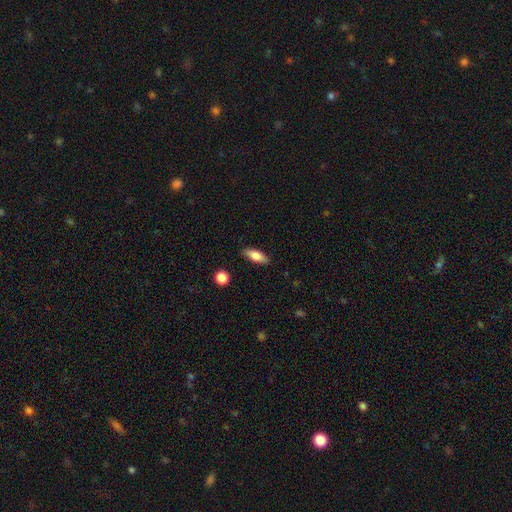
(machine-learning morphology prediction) Q: Smooth or featured?
A: smooth (77%); runner-up: featured or disk (16%)
Q: How rounded?
A: in between (70%); runner-up: cigar-shaped (27%)
Q: Merging?
A: none (87%); runner-up: minor disturbance (10%)